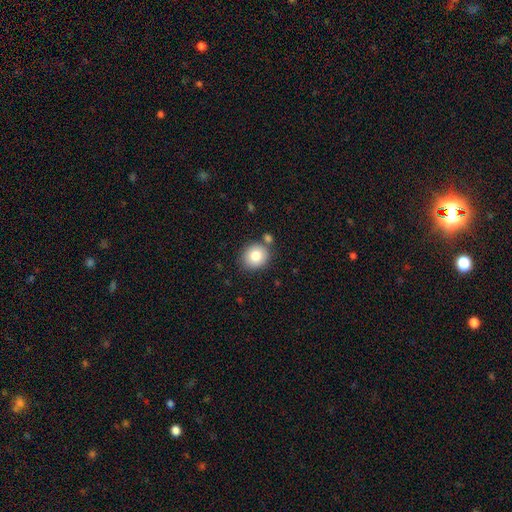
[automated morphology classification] This appears to be a smooth galaxy with no disk features (81%) that is round (79%). Merging: none (76%).